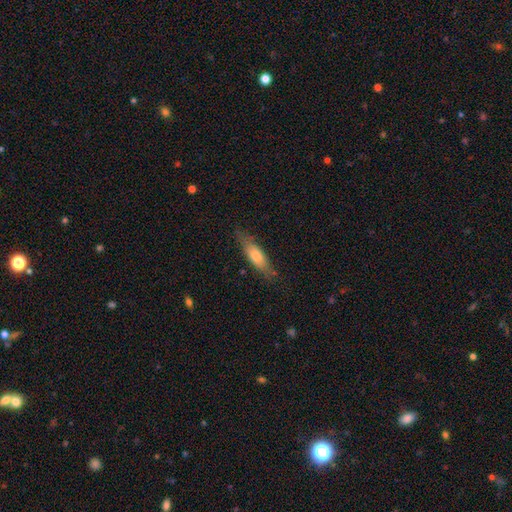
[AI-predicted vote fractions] A smooth galaxy with no disk features (63%) that is cigar-shaped (63%). Merging: none (78%).